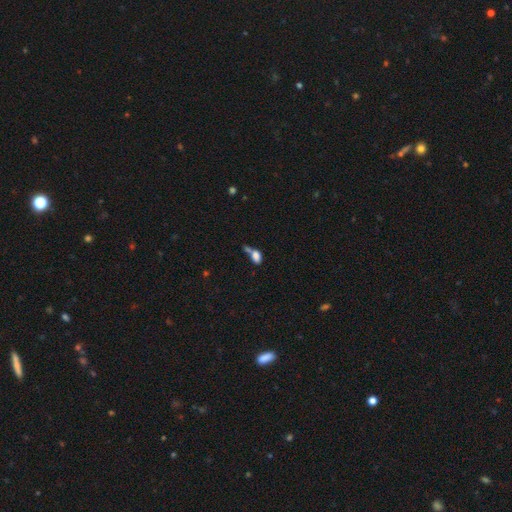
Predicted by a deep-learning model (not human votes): Smooth or featured? smooth (79%)
How rounded? in between (86%)
Merging? merger (46%)